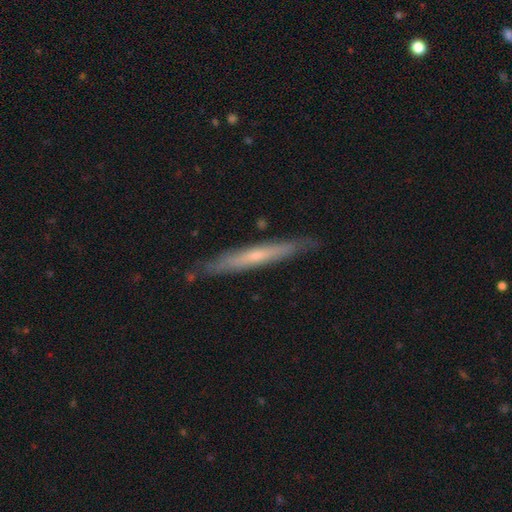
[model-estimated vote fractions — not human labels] featured or disk 54%, smooth 40%, star or artifact 6%. Down the decision tree: edge-on disk — yes (90%); merging — none (84%).